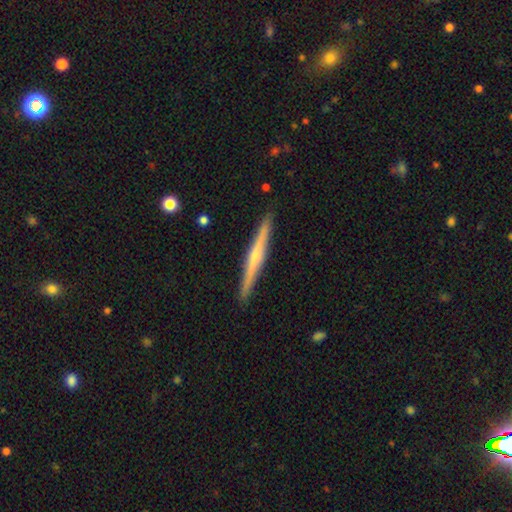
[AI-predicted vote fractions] Q: Smooth or featured?
A: featured or disk (69%); runner-up: smooth (25%)
Q: Edge-on disk?
A: yes (98%); runner-up: no (2%)
Q: Edge-on bulge?
A: rounded (66%); runner-up: none (27%)
Q: Merging?
A: none (92%); runner-up: minor disturbance (6%)